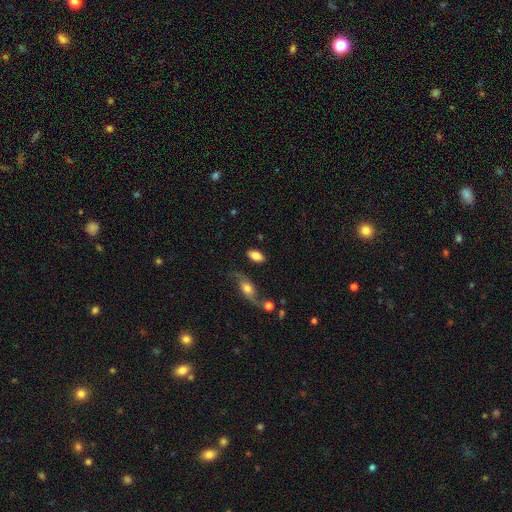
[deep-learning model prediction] Morphology: type=smooth (79%); roundness=in between (93%); merging=none (74%).